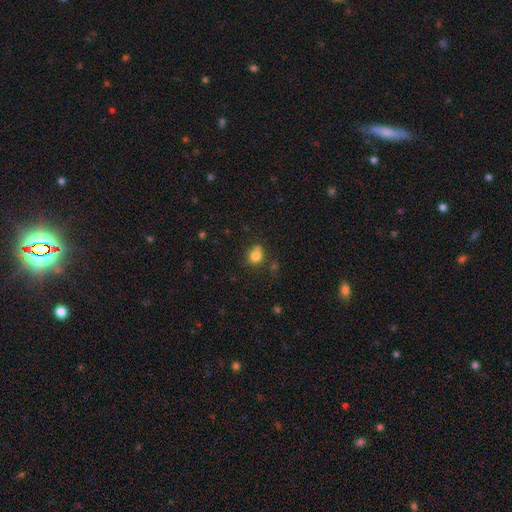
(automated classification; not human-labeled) Q: Smooth or featured?
A: smooth (81%); runner-up: star or artifact (12%)
Q: How rounded?
A: round (70%); runner-up: in between (29%)
Q: Merging?
A: none (63%); runner-up: minor disturbance (22%)